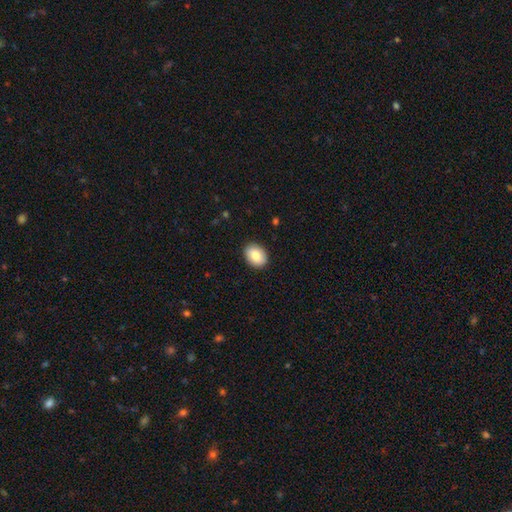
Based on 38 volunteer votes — This appears to be a smooth galaxy with no disk features (89%) that is in between round and cigar-shaped (74%). Merging: none (86%).